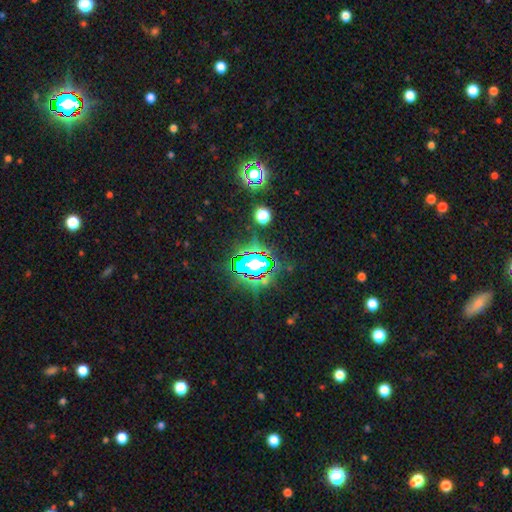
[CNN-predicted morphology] Smooth or featured?
  - star or artifact: 69% *
  - smooth: 19%
  - featured or disk: 12%